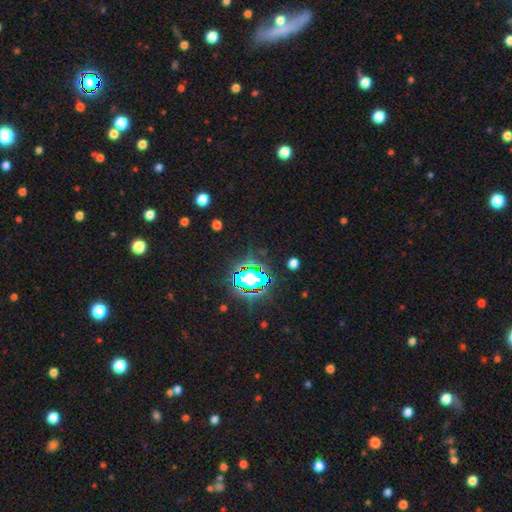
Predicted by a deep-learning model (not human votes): Overall: star or artifact (83%).